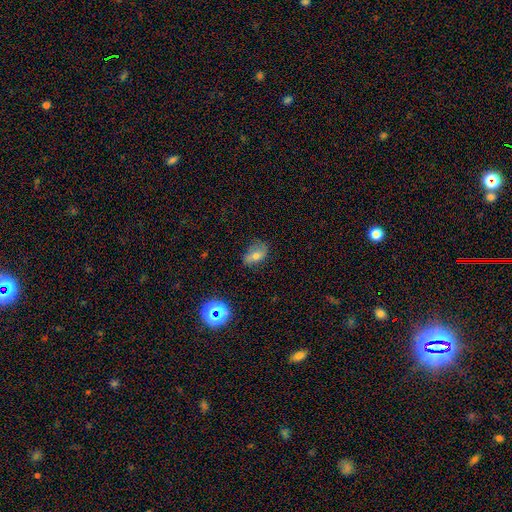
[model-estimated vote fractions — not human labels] Q: Smooth or featured?
A: smooth (45%); runner-up: featured or disk (40%)
Q: Merging?
A: none (62%); runner-up: minor disturbance (26%)